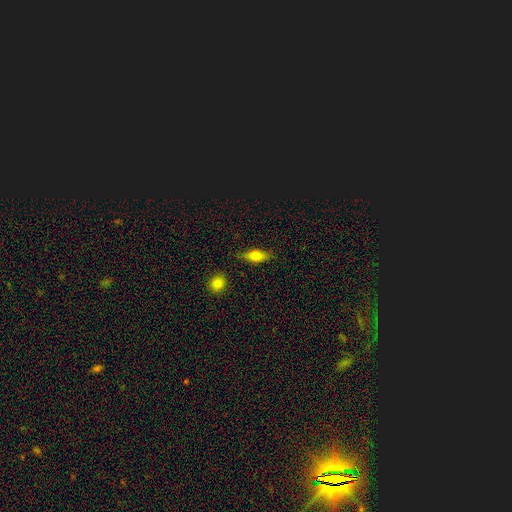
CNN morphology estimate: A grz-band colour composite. It shows a smooth galaxy with no disk features (68%) that is in between round and cigar-shaped (71%). Merging: none (81%).